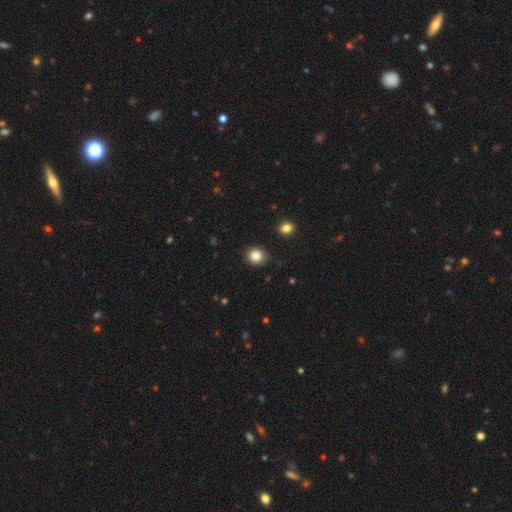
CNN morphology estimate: smooth 84%, star or artifact 11%, featured or disk 5%. Down the decision tree: how rounded — round (85%); merging — none (89%).